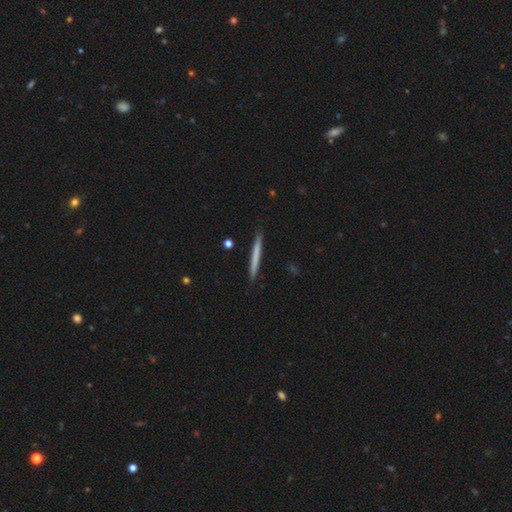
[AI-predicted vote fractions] Smooth or featured: smooth — 63% (featured or disk — 31%)
How rounded: cigar-shaped — 97% (in between — 2%)
Merging: none — 91% (minor disturbance — 6%)